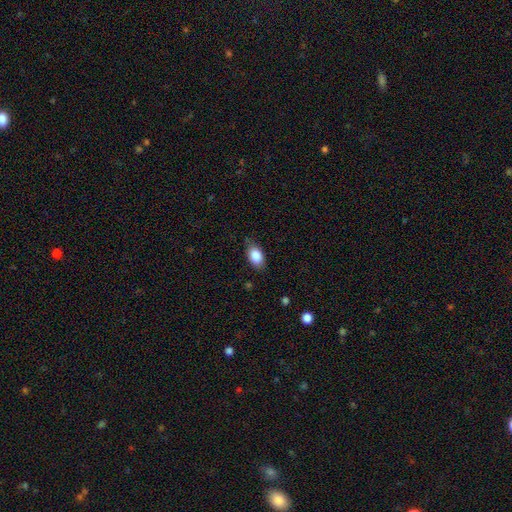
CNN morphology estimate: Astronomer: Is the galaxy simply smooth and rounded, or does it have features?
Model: smooth — 88%.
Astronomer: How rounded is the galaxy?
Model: in between — 90%.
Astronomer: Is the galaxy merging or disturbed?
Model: none — 78%.